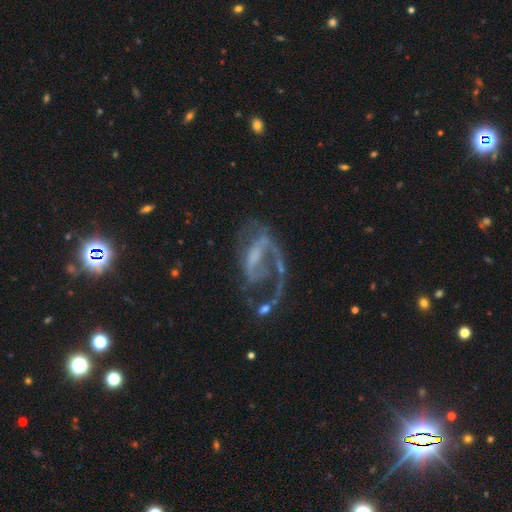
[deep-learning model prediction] The model was most divided on "spiral winding": loose: 41%, medium: 39%, tight: 20%. Remaining: edge-on disk — no (96%); smooth or featured — featured or disk (79%); spiral arms — yes (77%); spiral arm count — 1 (69%); merging — major disturbance (45%); bulge size — none (41%); bar — weak (41%).